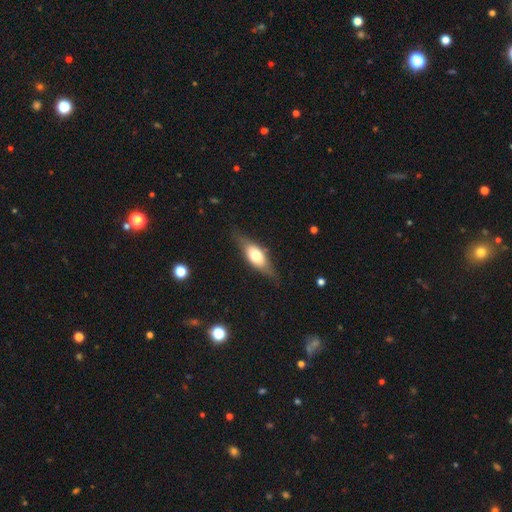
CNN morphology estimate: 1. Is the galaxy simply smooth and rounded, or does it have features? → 53% smooth, 40% featured or disk, 7% star or artifact.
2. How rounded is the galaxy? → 69% in between, 26% cigar-shaped, 5% round.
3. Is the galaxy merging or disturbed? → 75% none, 18% minor disturbance, 6% major disturbance, 1% merger.